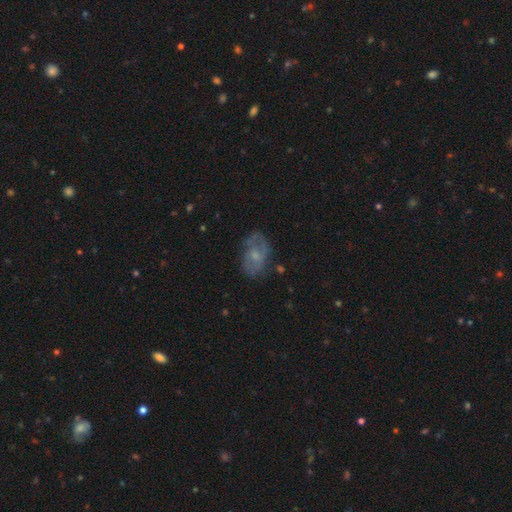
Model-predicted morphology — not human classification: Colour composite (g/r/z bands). It shows a featured or disk galaxy (53%) with no bar (71%), spiral arms (64%) and a small central bulge (53%). Merging: none (65%).